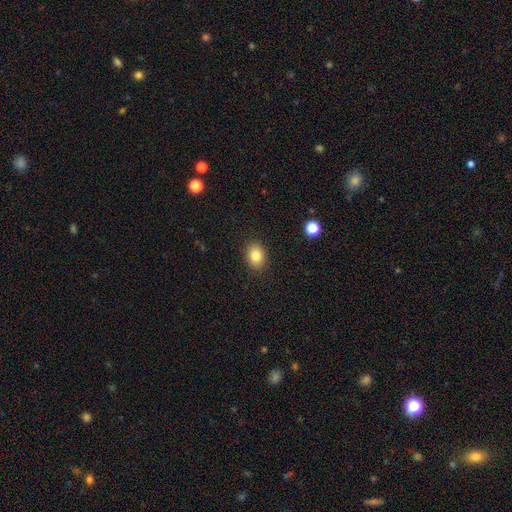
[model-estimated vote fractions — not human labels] Smooth or featured: smooth — 84% (star or artifact — 10%)
How rounded: in between — 63% (round — 36%)
Merging: none — 88% (minor disturbance — 8%)